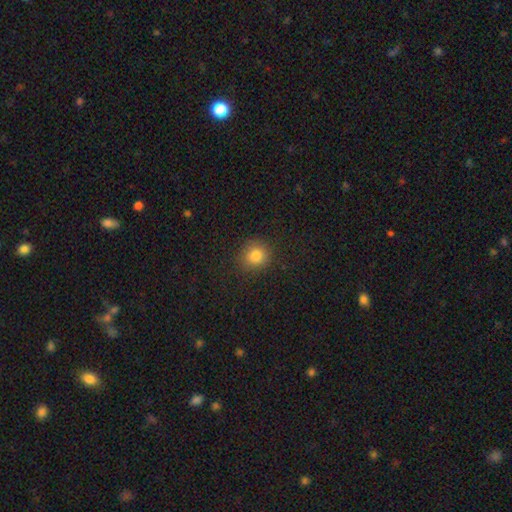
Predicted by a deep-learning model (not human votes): Overall: smooth (83%). How rounded: round (84%). Merging: none (87%).